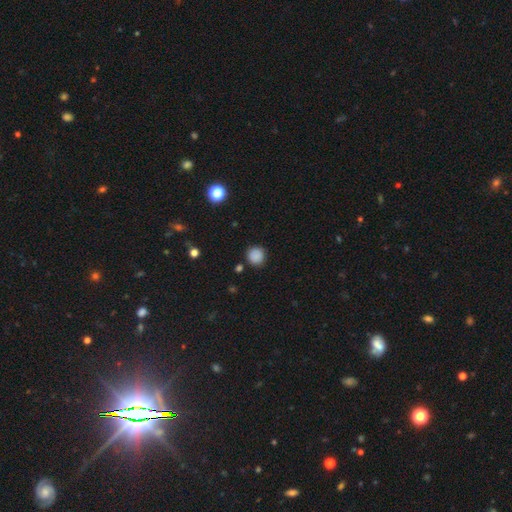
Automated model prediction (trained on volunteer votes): This is clearly a smooth galaxy (85%). How rounded: clearly round (92%). Merging: clearly none (85%).